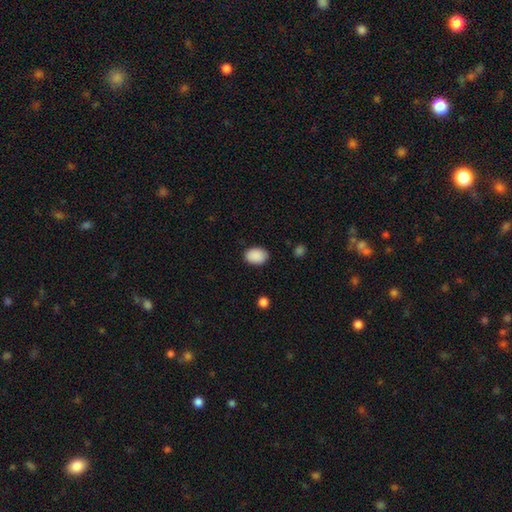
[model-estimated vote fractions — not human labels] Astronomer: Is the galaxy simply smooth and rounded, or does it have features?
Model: smooth — 90%.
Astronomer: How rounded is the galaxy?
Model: in between — 77%.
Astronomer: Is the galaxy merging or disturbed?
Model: none — 86%.